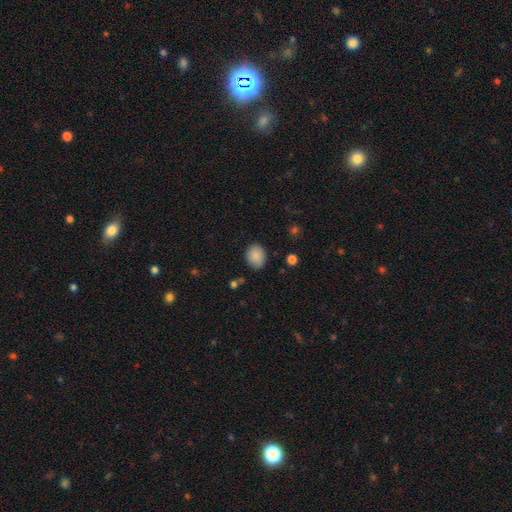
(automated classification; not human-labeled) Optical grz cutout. It shows a smooth galaxy with no disk features (87%) that is round (52%). Merging: none (83%).